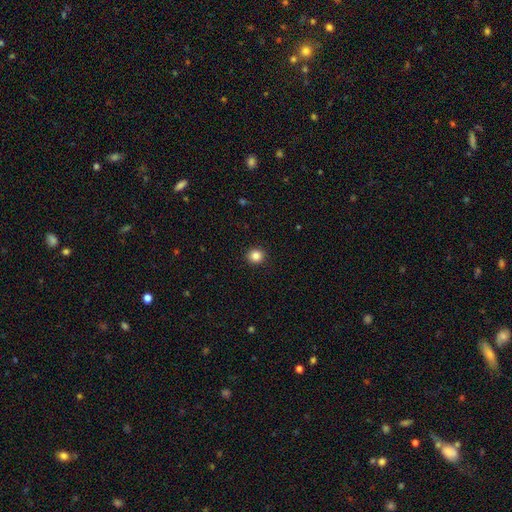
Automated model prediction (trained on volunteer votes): Smooth or featured: smooth — 85% (star or artifact — 11%)
How rounded: round — 91% (in between — 8%)
Merging: none — 93% (minor disturbance — 5%)